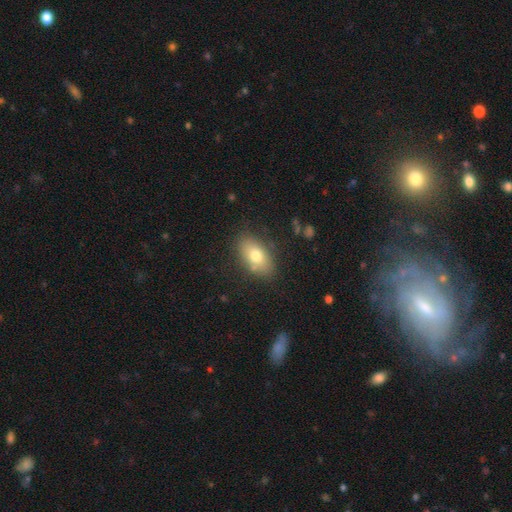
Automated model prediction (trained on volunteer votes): smooth_or_featured: smooth (p=0.74) [alt: featured or disk p=0.18]
how_rounded: in between (p=0.90) [alt: round p=0.07]
merging: none (p=0.80) [alt: minor disturbance p=0.14]